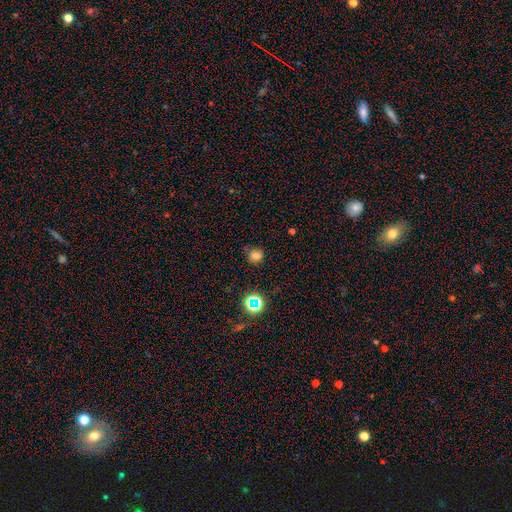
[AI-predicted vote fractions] This is likely a smooth galaxy (75%). How rounded: clearly round (82%). Merging: likely none (74%).